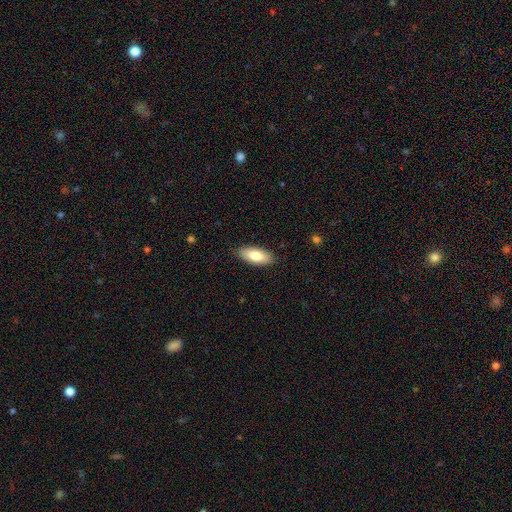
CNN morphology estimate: Smooth or featured?
  - smooth: 81% *
  - featured or disk: 13%
  - star or artifact: 6%
How rounded?
  - in between: 82% *
  - cigar-shaped: 16%
  - round: 2%
Merging?
  - none: 87% *
  - minor disturbance: 11%
  - major disturbance: 2%
  - merger: 1%